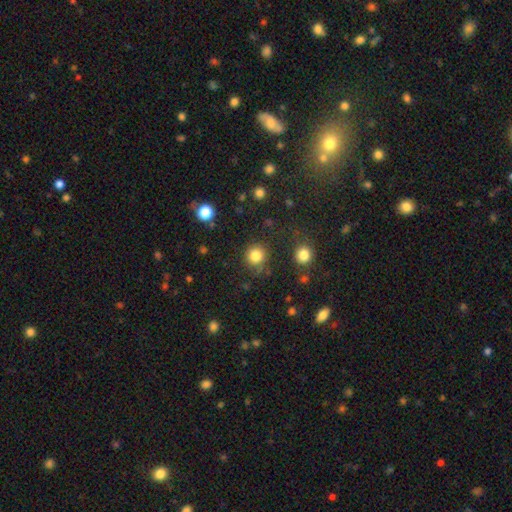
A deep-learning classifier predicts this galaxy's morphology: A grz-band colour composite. It shows a smooth galaxy with no disk features (84%) that is round (92%). Merging: none (82%).